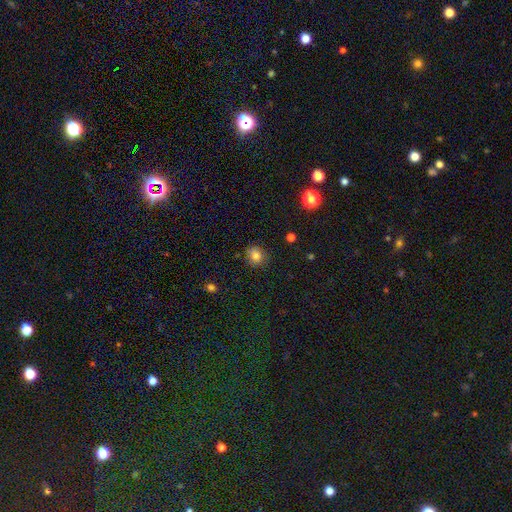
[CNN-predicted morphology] Smooth or featured?
  - smooth: 80% *
  - star or artifact: 12%
  - featured or disk: 9%
How rounded?
  - round: 81% *
  - in between: 18%
  - cigar-shaped: 1%
Merging?
  - none: 84% *
  - minor disturbance: 12%
  - major disturbance: 3%
  - merger: 1%